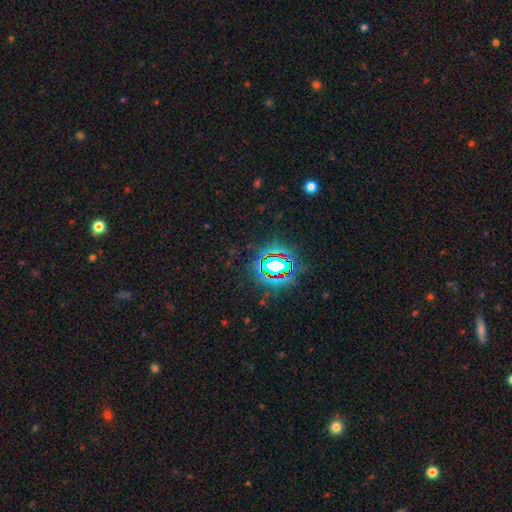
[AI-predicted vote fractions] Smooth or featured: star or artifact — 80% (smooth — 12%)